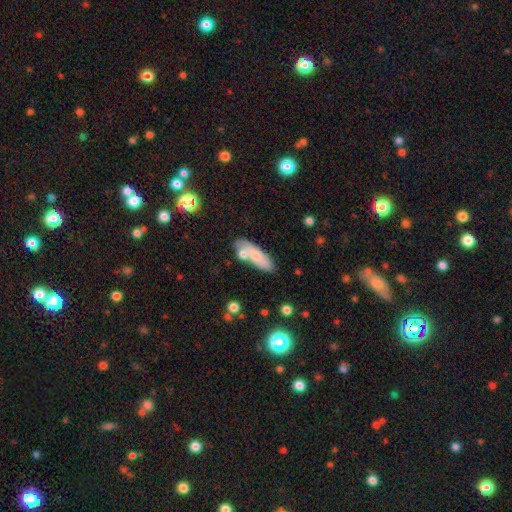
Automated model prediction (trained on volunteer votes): Smooth or featured? Predicted: smooth (p=0.71). How rounded? Predicted: in between (p=0.57). Merging? Predicted: none (p=0.61).